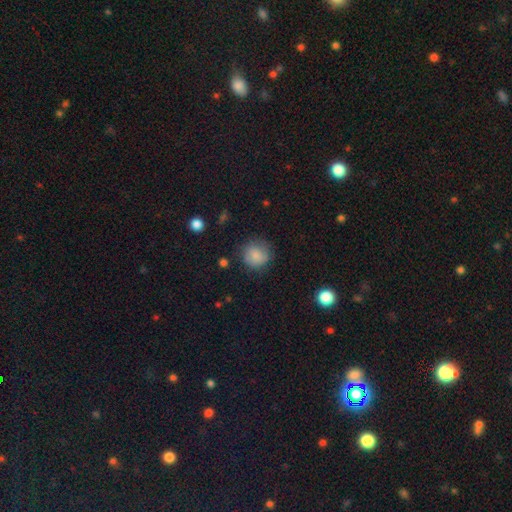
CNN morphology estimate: Smooth or featured: smooth — 83% (featured or disk — 9%)
How rounded: round — 87% (in between — 12%)
Merging: none — 74% (minor disturbance — 18%)